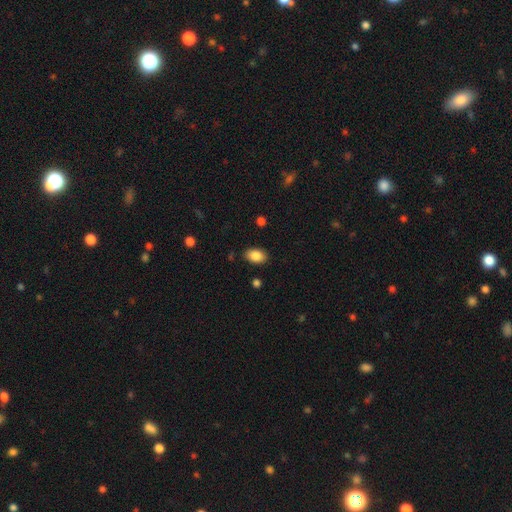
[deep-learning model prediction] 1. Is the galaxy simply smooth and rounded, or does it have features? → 87% smooth, 8% star or artifact, 6% featured or disk.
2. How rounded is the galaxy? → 87% in between, 11% round, 1% cigar-shaped.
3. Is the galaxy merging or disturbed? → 86% none, 10% minor disturbance, 2% major disturbance, 2% merger.